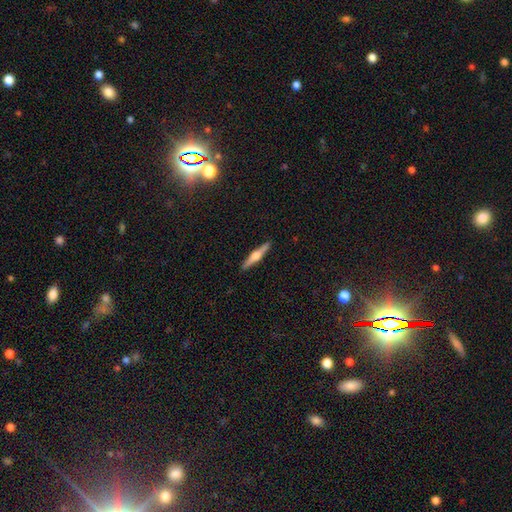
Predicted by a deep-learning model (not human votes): This appears to be a featured or disk galaxy (67%) viewed edge-on (98%) with a rounded central bulge (87%). Merging: none (91%).